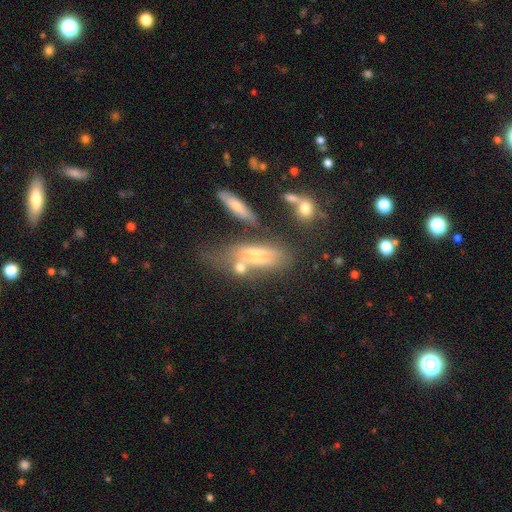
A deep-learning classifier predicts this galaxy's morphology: This is marginally a featured or disk galaxy (43%). Merging: marginally none (37%).